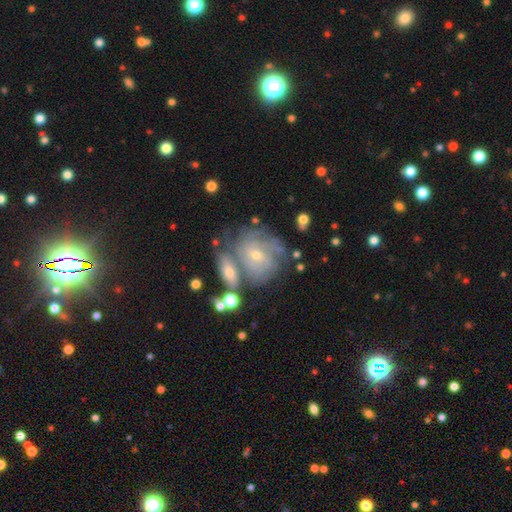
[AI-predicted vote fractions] A featured or disk galaxy (77%) with no bar (63%), tight (70%) spiral arms (89%) and a small central bulge (68%). Merging: none (57%).